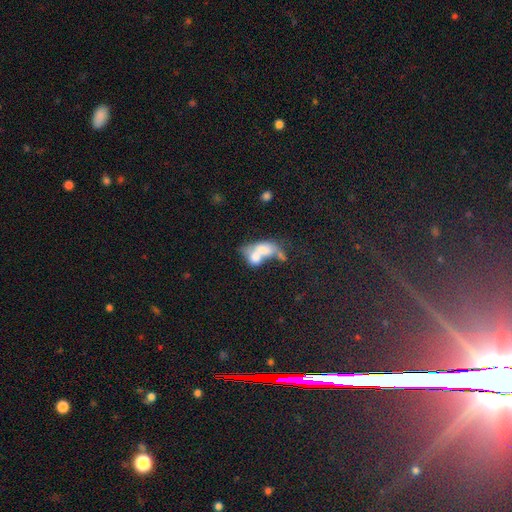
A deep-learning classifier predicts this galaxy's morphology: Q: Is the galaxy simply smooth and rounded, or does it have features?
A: smooth — 57%.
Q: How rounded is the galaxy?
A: in between — 78%.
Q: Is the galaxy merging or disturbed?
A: merger — 73%.